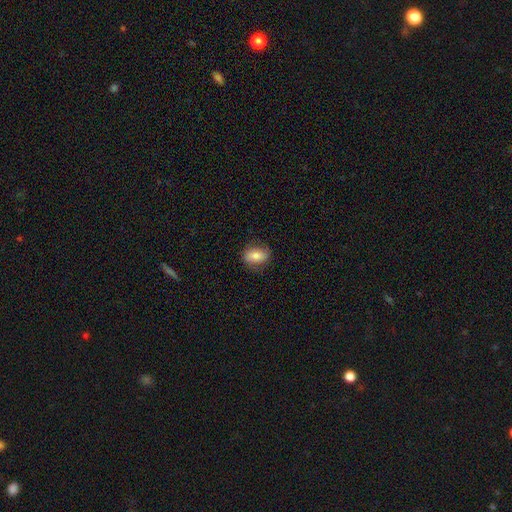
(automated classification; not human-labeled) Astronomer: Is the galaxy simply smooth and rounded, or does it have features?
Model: smooth — 72%.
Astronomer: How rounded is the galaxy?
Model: in between — 75%.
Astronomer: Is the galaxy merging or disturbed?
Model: none — 80%.